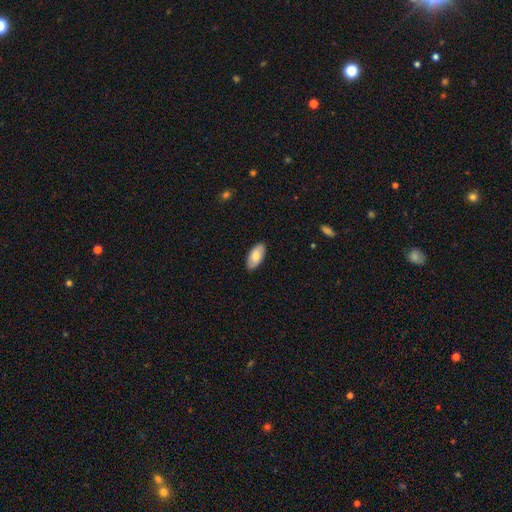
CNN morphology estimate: smooth-or-featured: smooth: 76% | featured or disk: 18% | star or artifact: 6%
  how-rounded: in between: 94% | cigar-shaped: 4% | round: 2%
  merging: none: 88% | minor disturbance: 9% | major disturbance: 2% | merger: 1%